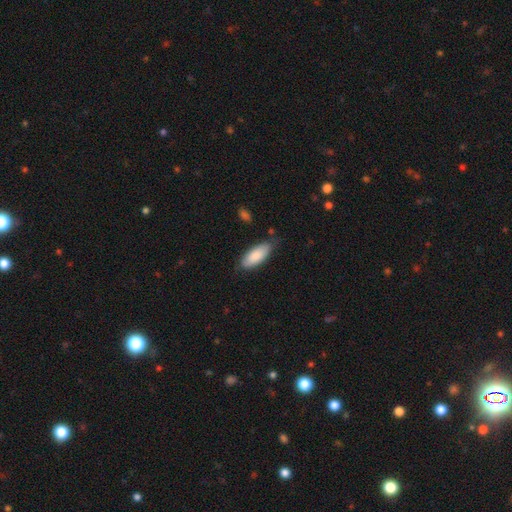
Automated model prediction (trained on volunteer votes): A smooth galaxy with no disk features (85%) that is in between round and cigar-shaped (81%). Merging: none (74%).